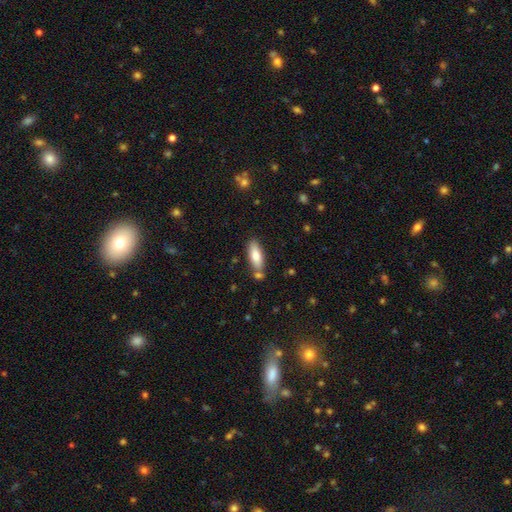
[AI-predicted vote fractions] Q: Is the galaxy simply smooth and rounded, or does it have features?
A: smooth — 78%.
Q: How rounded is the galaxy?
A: in between — 67%.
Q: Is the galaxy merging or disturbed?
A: none — 74%.